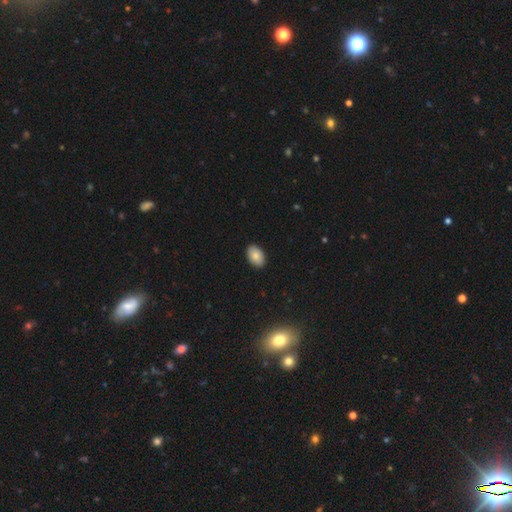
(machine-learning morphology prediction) The model was most divided on "smooth or featured": smooth: 84%, star or artifact: 8%, featured or disk: 8%. More confident: how rounded — in between (90%); merging — none (90%).